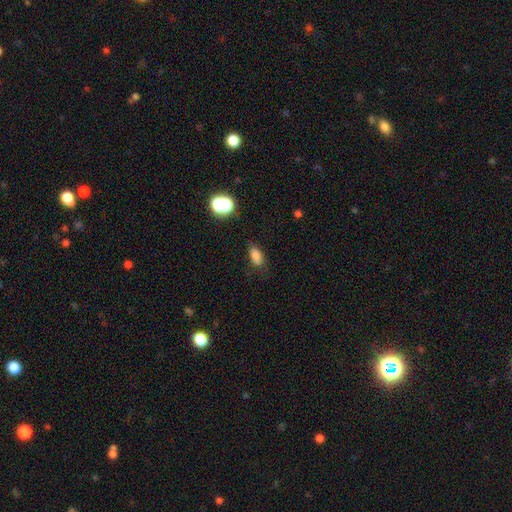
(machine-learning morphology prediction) smooth_or_featured: smooth (p=0.79) [alt: star or artifact p=0.12]
how_rounded: in between (p=0.84) [alt: cigar-shaped p=0.08]
merging: none (p=0.67) [alt: minor disturbance p=0.22]